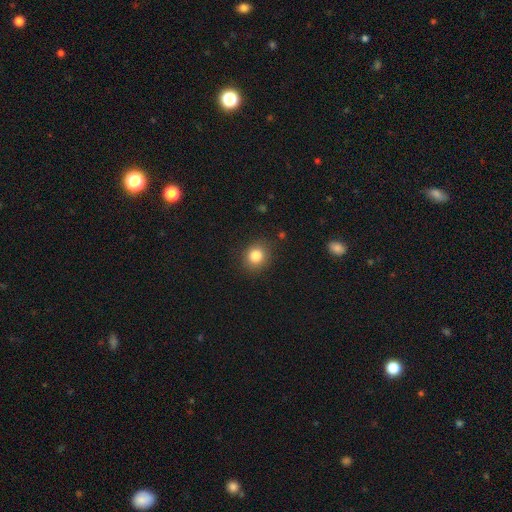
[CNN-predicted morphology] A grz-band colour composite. It shows a smooth galaxy with no disk features (84%) that is round (78%). Merging: none (87%).